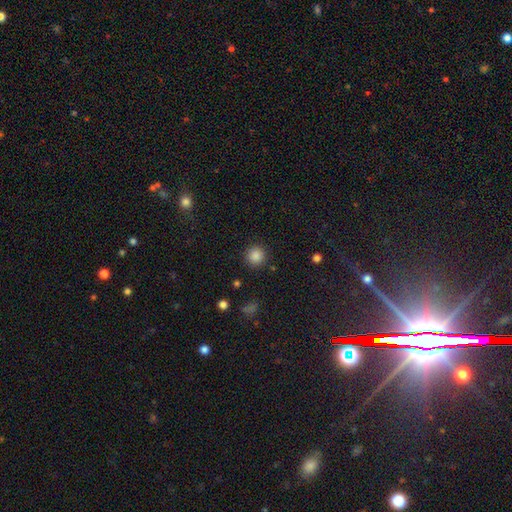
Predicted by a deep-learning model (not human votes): This is clearly a smooth galaxy (86%). How rounded: clearly round (94%). Merging: clearly none (90%).